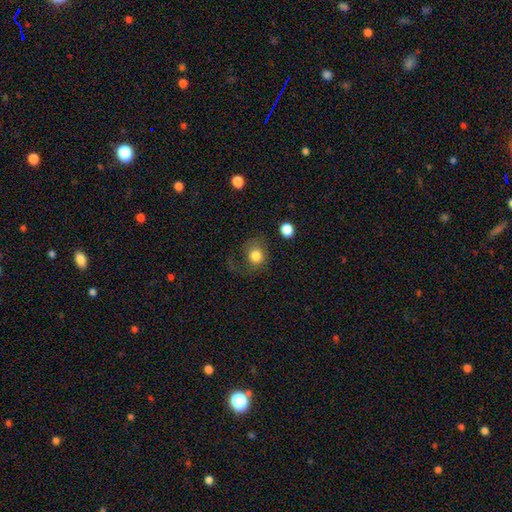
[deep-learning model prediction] smooth 80%, featured or disk 10%, star or artifact 9%. Down the decision tree: how rounded — round (73%); merging — none (52%).